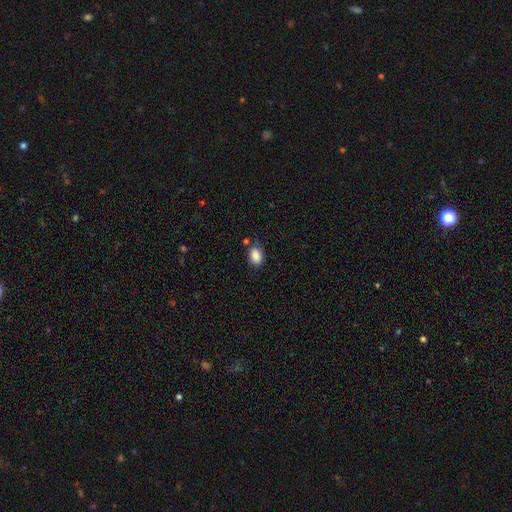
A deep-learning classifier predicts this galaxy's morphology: Overall: smooth (88%). How rounded: in between (82%). Merging: none (75%).